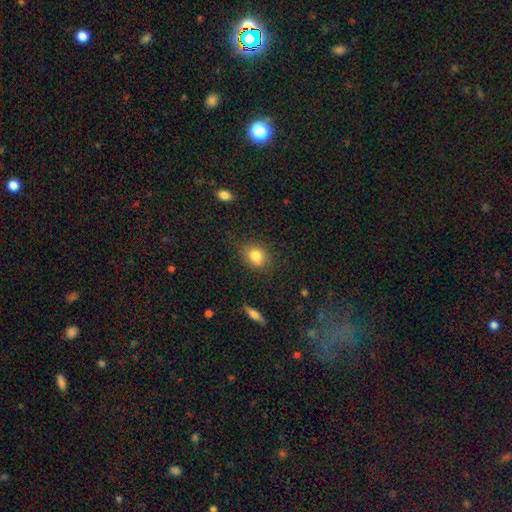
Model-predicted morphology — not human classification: smooth-or-featured: smooth: 81% | star or artifact: 10% | featured or disk: 9%
  how-rounded: round: 60% | in between: 39% | cigar-shaped: 2%
  merging: none: 72% | minor disturbance: 19% | major disturbance: 5% | merger: 5%